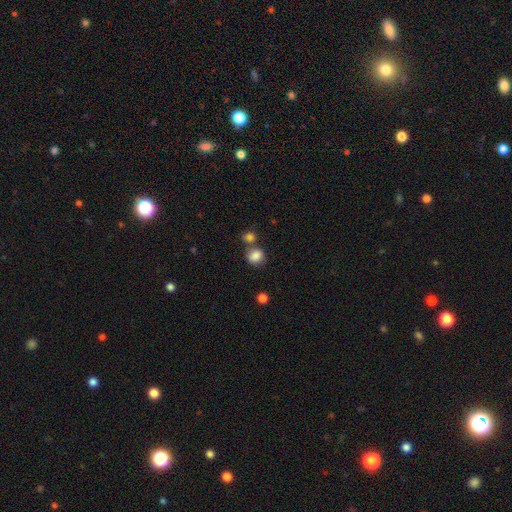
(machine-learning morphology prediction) Smooth or featured? Predicted: smooth (p=0.85). How rounded? Predicted: round (p=0.73). Merging? Predicted: none (p=0.61).